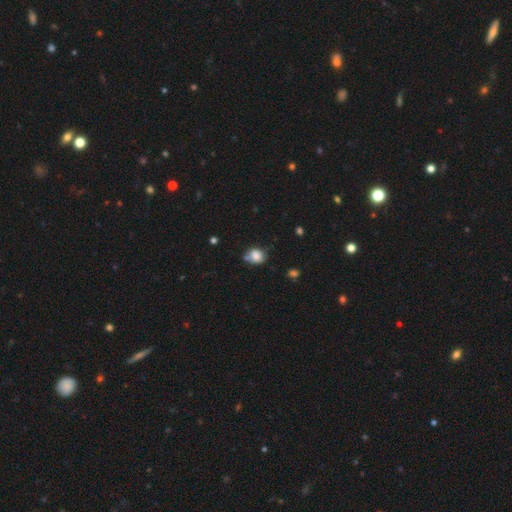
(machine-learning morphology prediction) Smooth or featured: smooth — 80% (star or artifact — 10%)
How rounded: round — 56% (in between — 43%)
Merging: none — 51% (minor disturbance — 27%)